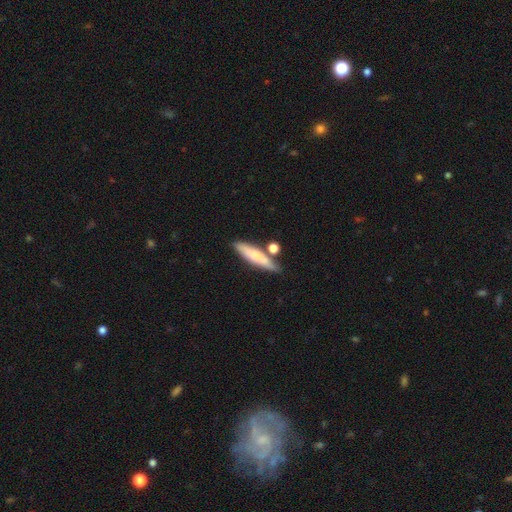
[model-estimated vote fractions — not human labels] Smooth or featured? Predicted: smooth (p=0.68). How rounded? Predicted: cigar-shaped (p=0.77). Merging? Predicted: none (p=0.67).